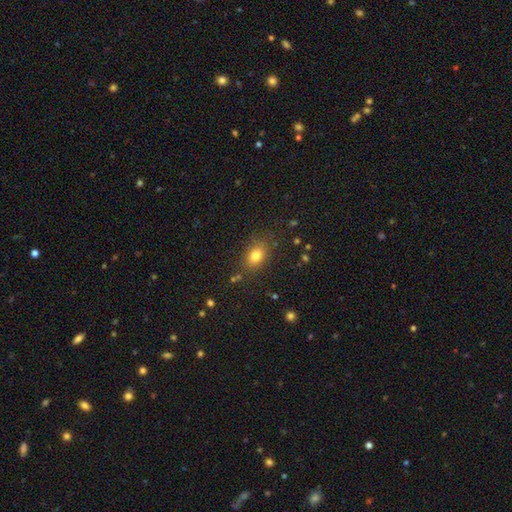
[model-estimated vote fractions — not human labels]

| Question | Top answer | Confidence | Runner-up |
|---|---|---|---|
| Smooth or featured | smooth | 80% | star or artifact (12%) |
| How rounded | in between | 73% | round (25%) |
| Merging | none | 81% | minor disturbance (13%) |